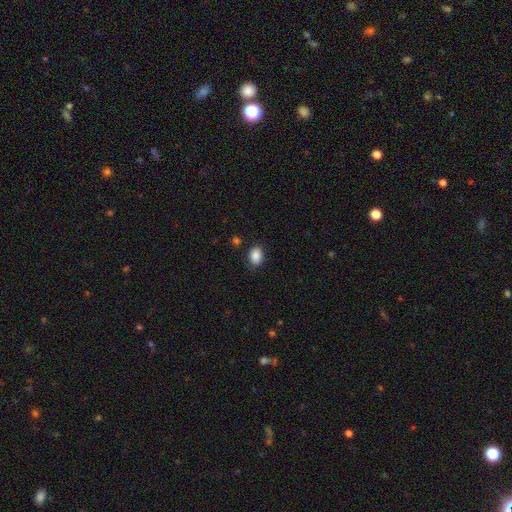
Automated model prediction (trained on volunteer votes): Morphology: type=smooth (88%); roundness=in between (74%); merging=none (85%).